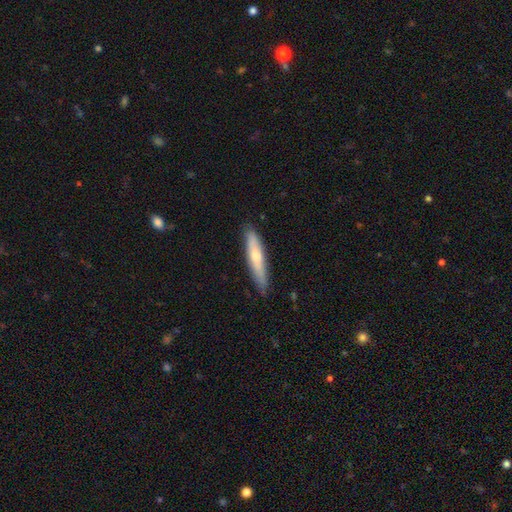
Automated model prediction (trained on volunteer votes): smooth-or-featured: smooth: 58% | featured or disk: 36% | star or artifact: 5%
  how-rounded: cigar-shaped: 87% | in between: 12% | round: 1%
  merging: none: 84% | minor disturbance: 13% | major disturbance: 2% | merger: 1%